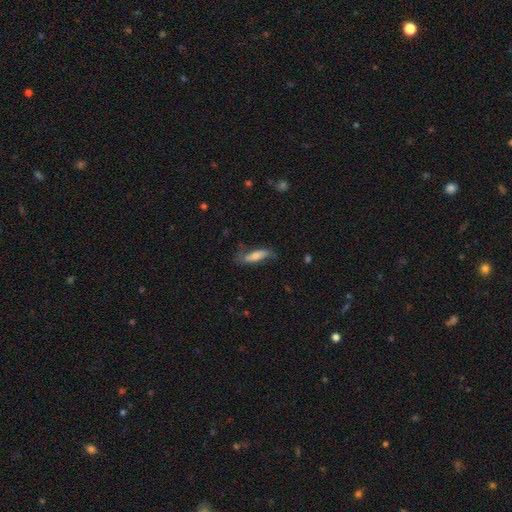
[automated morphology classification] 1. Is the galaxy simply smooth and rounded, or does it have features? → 55% smooth, 38% featured or disk, 7% star or artifact.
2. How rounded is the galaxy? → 51% cigar-shaped, 47% in between, 2% round.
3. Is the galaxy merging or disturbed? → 58% none, 27% minor disturbance, 12% major disturbance, 2% merger.